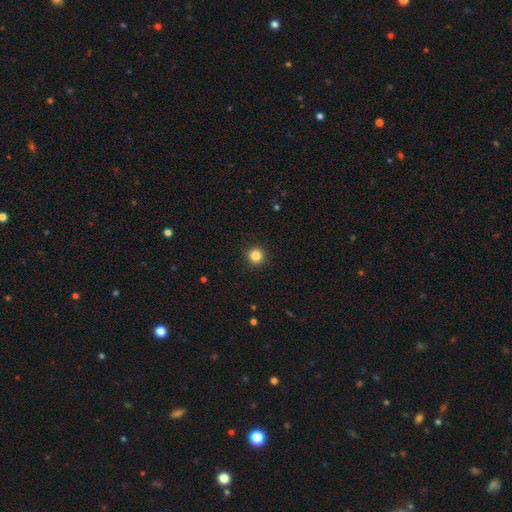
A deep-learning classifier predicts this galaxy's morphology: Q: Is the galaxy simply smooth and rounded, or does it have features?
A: smooth — 84%.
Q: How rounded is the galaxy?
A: round — 95%.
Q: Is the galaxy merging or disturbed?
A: none — 93%.